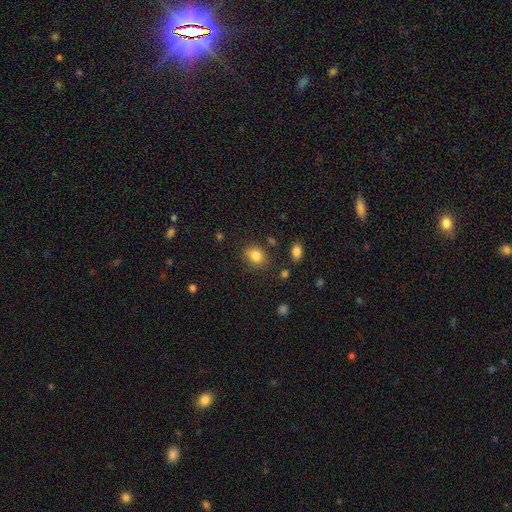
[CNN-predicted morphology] Smooth or featured: smooth — 83% (star or artifact — 10%)
How rounded: in between — 57% (round — 41%)
Merging: none — 75% (minor disturbance — 16%)